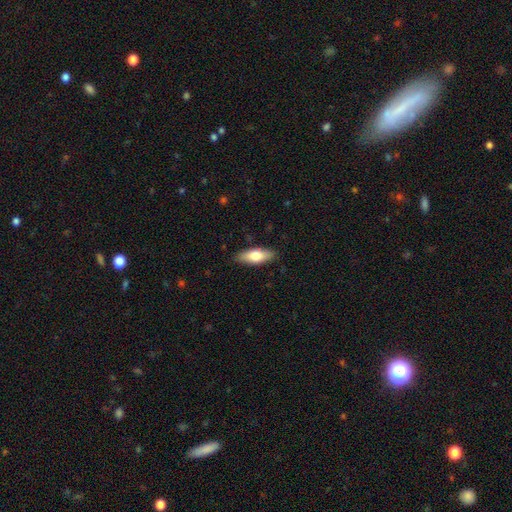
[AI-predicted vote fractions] Smooth or featured?
  - smooth: 72% *
  - featured or disk: 22%
  - star or artifact: 6%
How rounded?
  - in between: 72% *
  - cigar-shaped: 26%
  - round: 2%
Merging?
  - none: 87% *
  - minor disturbance: 10%
  - major disturbance: 2%
  - merger: 1%